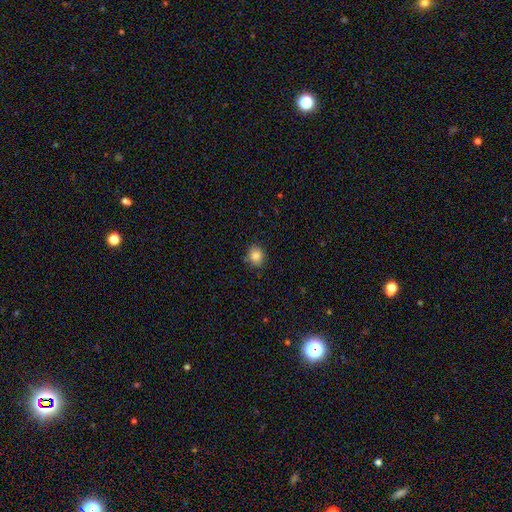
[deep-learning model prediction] smooth 85%, star or artifact 10%, featured or disk 5%. Down the decision tree: how rounded — round (70%); merging — none (84%).